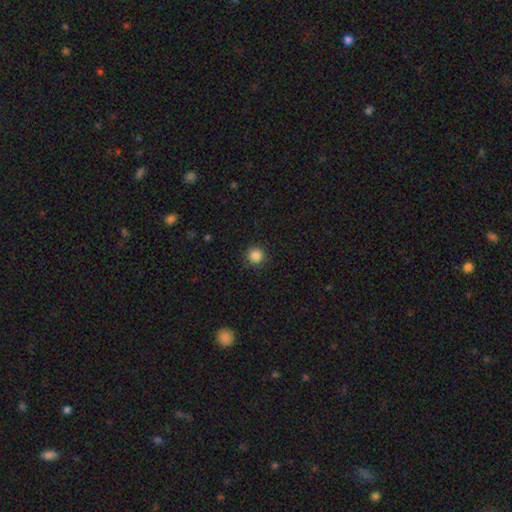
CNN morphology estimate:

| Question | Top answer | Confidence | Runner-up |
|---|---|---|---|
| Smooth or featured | smooth | 86% | star or artifact (11%) |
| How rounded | round | 95% | in between (4%) |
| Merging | none | 89% | minor disturbance (7%) |